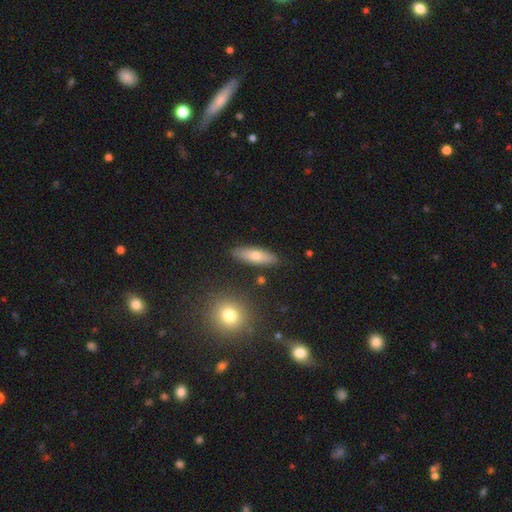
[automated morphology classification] Smooth or featured: smooth — 67% (featured or disk — 25%)
How rounded: in between — 53% (cigar-shaped — 43%)
Merging: none — 86% (minor disturbance — 9%)